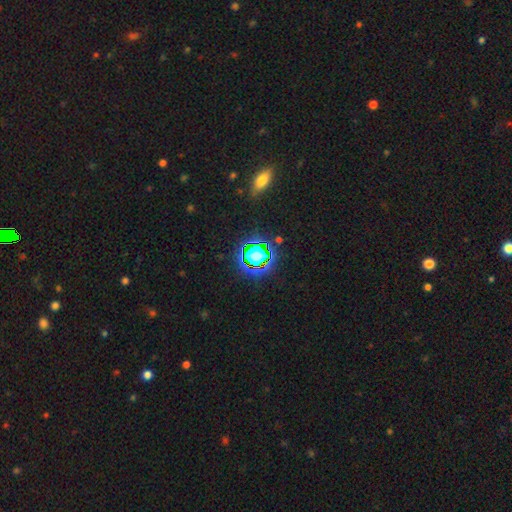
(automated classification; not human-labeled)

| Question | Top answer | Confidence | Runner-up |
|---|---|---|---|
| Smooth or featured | star or artifact | 63% | smooth (25%) |